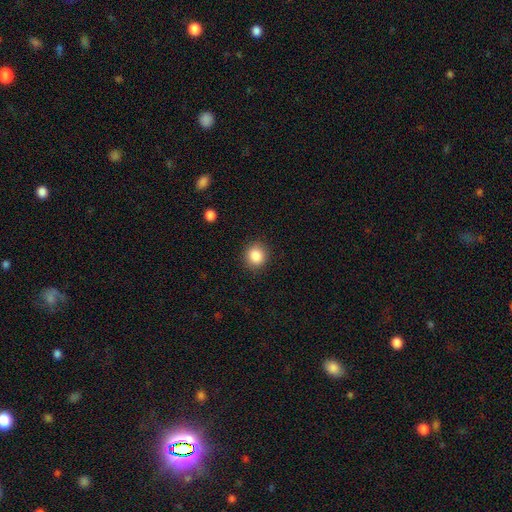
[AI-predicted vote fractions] smooth 87%, star or artifact 9%, featured or disk 4%. Down the decision tree: how rounded — round (83%); merging — none (89%).